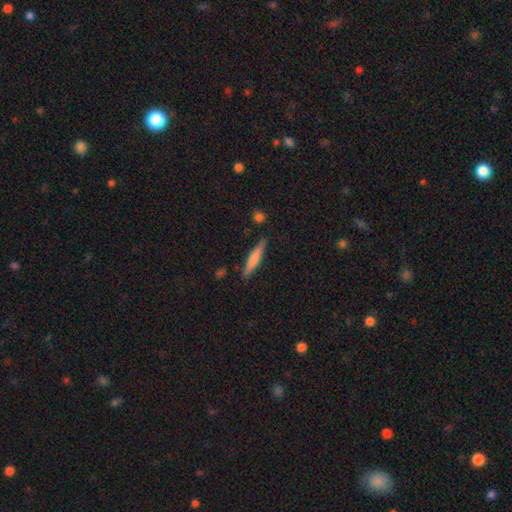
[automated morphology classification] type=smooth (59%); roundness=cigar-shaped (90%); merging=none (86%).